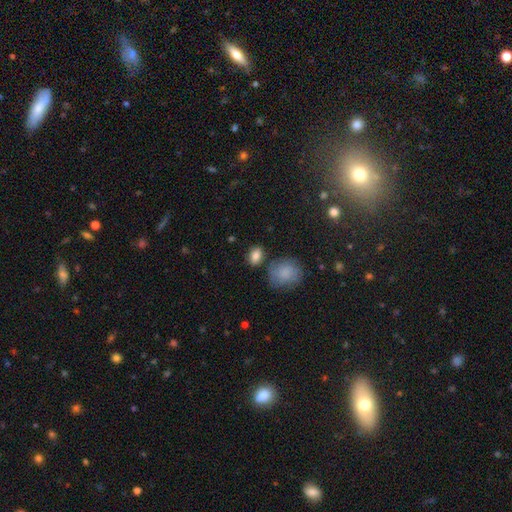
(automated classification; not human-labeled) smooth-or-featured: smooth: 85% | star or artifact: 9% | featured or disk: 6%
  how-rounded: in between: 76% | round: 22% | cigar-shaped: 2%
  merging: none: 73% | minor disturbance: 15% | merger: 8% | major disturbance: 4%